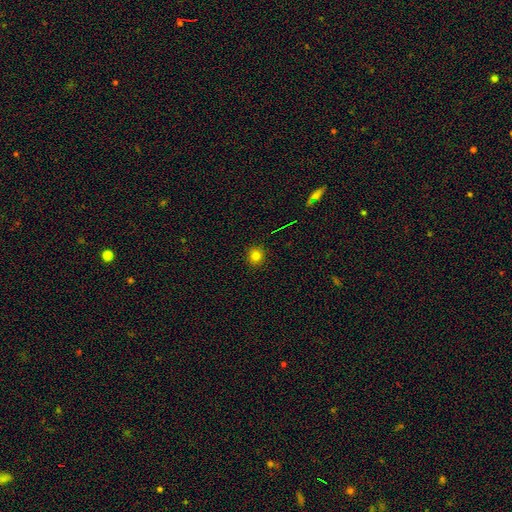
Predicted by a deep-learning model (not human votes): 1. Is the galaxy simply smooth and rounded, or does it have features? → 79% smooth, 15% star or artifact, 6% featured or disk.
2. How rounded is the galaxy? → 90% round, 9% in between, 1% cigar-shaped.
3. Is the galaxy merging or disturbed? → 91% none, 6% minor disturbance, 2% major disturbance, 1% merger.